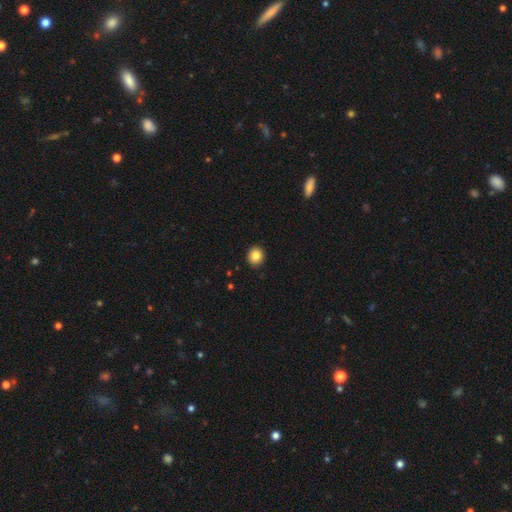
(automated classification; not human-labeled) This is clearly a smooth galaxy (85%). How rounded: likely round (80%). Merging: clearly none (92%).